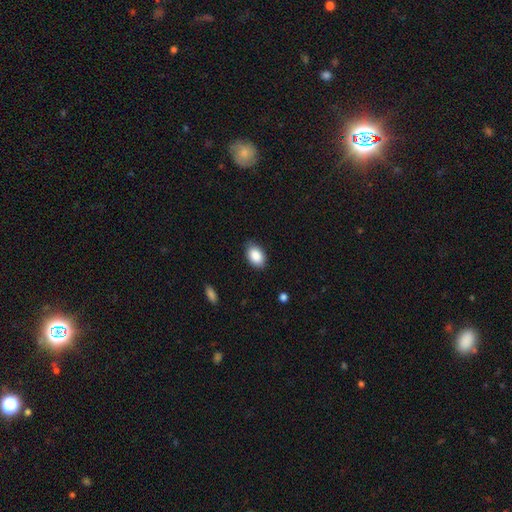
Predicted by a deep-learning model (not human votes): Smooth or featured? Predicted: smooth (p=0.88). How rounded? Predicted: in between (p=0.87). Merging? Predicted: none (p=0.82).